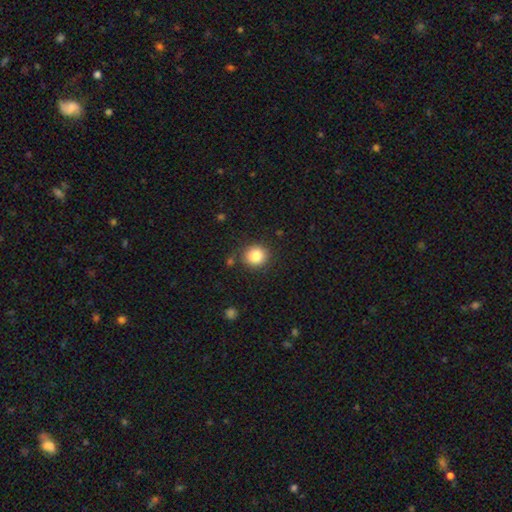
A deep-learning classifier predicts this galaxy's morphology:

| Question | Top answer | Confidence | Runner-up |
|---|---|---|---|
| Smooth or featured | smooth | 84% | star or artifact (10%) |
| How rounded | round | 89% | in between (10%) |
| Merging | none | 85% | minor disturbance (9%) |